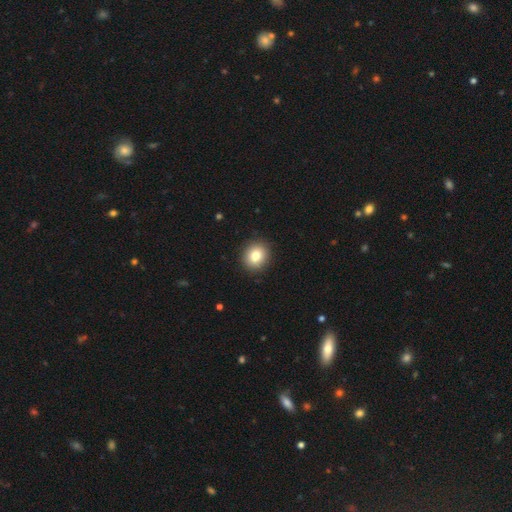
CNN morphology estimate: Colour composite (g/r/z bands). It shows a smooth galaxy with no disk features (82%) that is round (74%). Merging: none (91%).